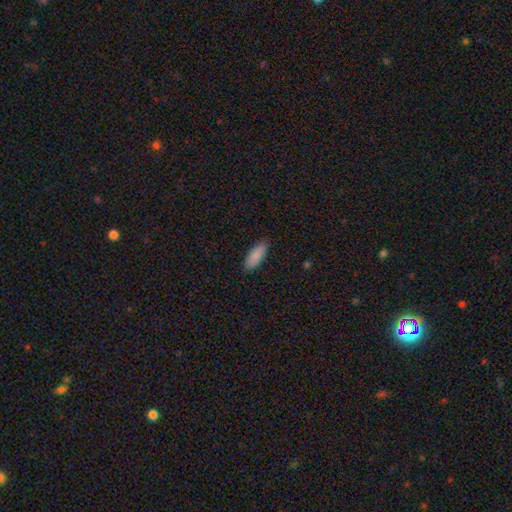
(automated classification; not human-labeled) A smooth galaxy with no disk features (88%) that is in between round and cigar-shaped (73%). Merging: none (87%).